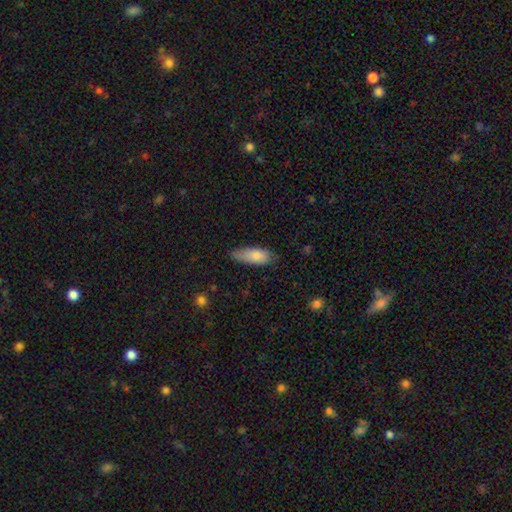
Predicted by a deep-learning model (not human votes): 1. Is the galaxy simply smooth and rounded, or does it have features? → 80% smooth, 14% featured or disk, 7% star or artifact.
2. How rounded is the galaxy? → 73% in between, 25% cigar-shaped, 2% round.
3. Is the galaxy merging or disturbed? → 64% none, 29% minor disturbance, 5% major disturbance, 2% merger.